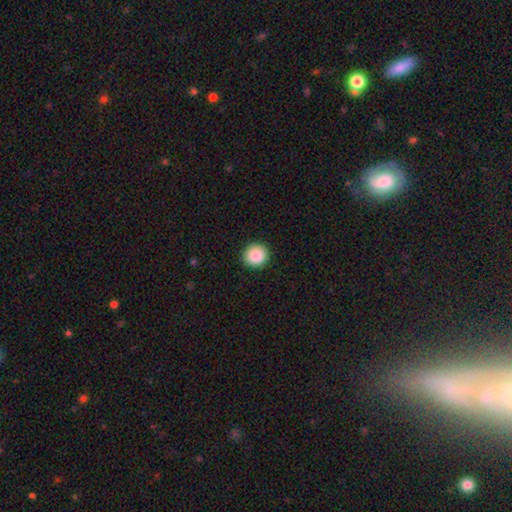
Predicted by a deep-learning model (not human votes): The model was most divided on "smooth or featured": smooth: 88%, star or artifact: 8%, featured or disk: 4%. More confident: merging — none (92%); how rounded — round (92%).